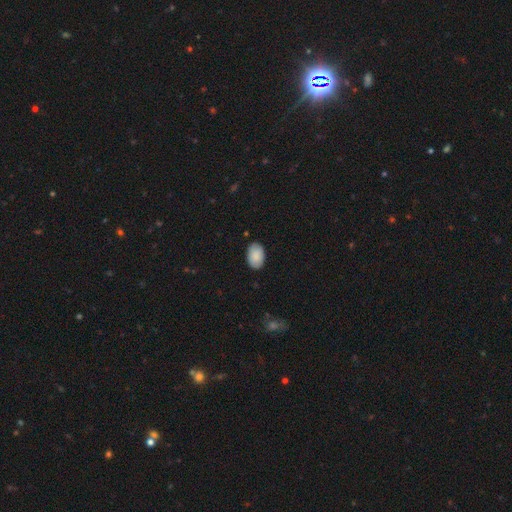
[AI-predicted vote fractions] smooth-or-featured: smooth: 86% | featured or disk: 7% | star or artifact: 6%
  how-rounded: in between: 91% | round: 8% | cigar-shaped: 1%
  merging: none: 84% | minor disturbance: 13% | major disturbance: 2% | merger: 1%